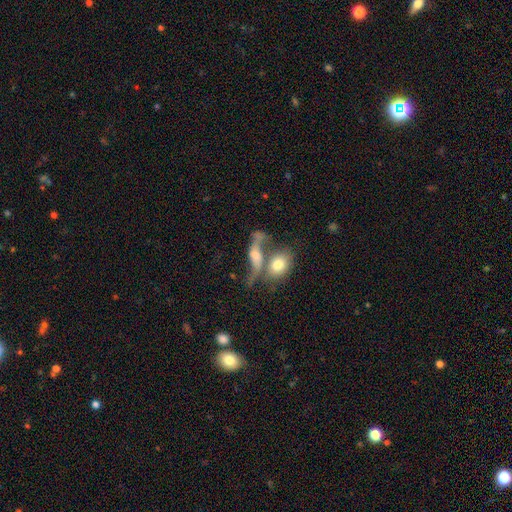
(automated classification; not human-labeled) Smooth or featured?
  - featured or disk: 51% *
  - smooth: 40%
  - star or artifact: 9%
Edge-on disk?
  - no: 75% *
  - yes: 25%
Merging?
  - merger: 48% *
  - none: 24%
  - major disturbance: 15%
  - minor disturbance: 13%